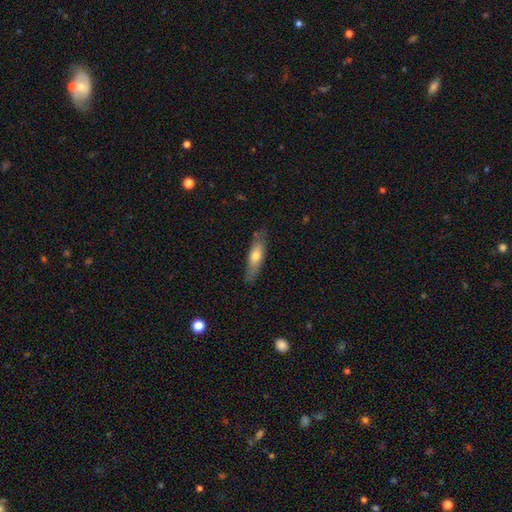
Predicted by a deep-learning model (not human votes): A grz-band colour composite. It shows a smooth galaxy with no disk features (61%) that is cigar-shaped (62%). Merging: none (79%).